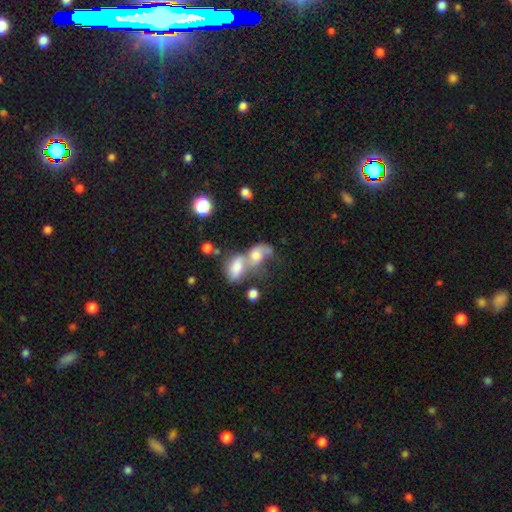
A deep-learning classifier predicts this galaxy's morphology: Smooth or featured?
  - smooth: 57% *
  - featured or disk: 32%
  - star or artifact: 12%
How rounded?
  - in between: 77% *
  - round: 19%
  - cigar-shaped: 3%
Merging?
  - merger: 74% *
  - none: 10%
  - major disturbance: 10%
  - minor disturbance: 6%